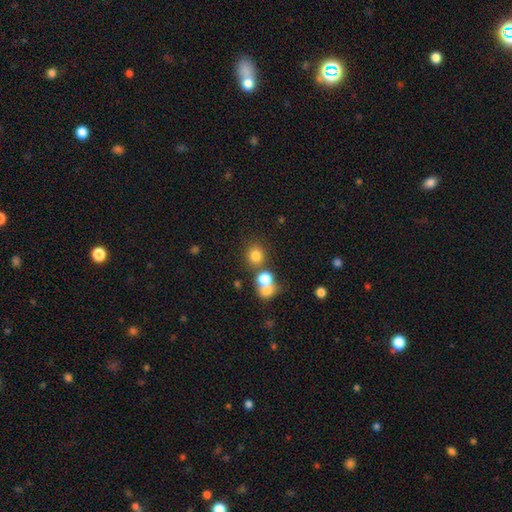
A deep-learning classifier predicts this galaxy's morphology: Smooth or featured? smooth (78%)
How rounded? round (82%)
Merging? none (66%)